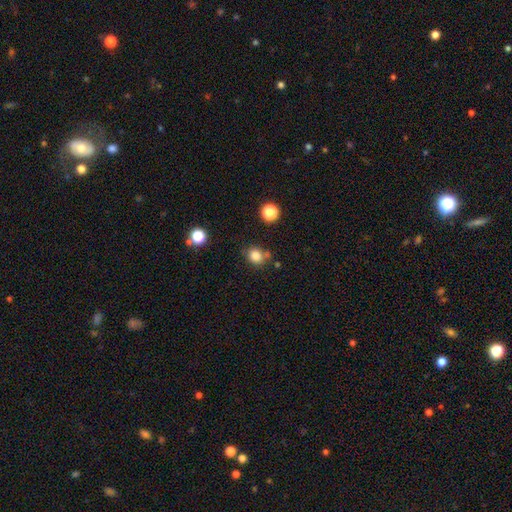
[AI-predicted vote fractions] Overall: smooth (82%). How rounded: round (73%). Merging: none (71%).